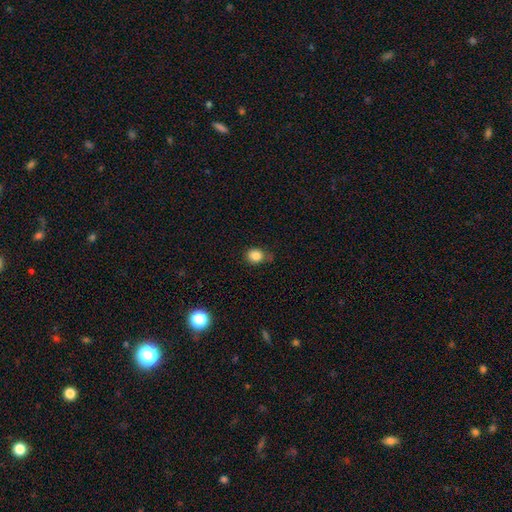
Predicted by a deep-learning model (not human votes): smooth_or_featured: smooth (p=0.84) [alt: star or artifact p=0.11]
how_rounded: round (p=0.67) [alt: in between p=0.32]
merging: none (p=0.69) [alt: minor disturbance p=0.23]